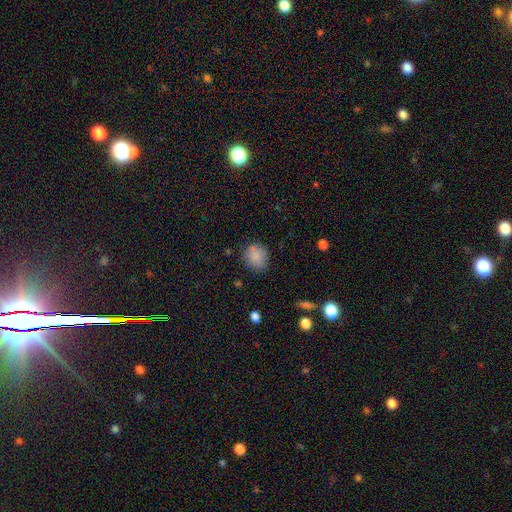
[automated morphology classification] Overall: smooth (84%). How rounded: round (75%). Merging: none (78%).